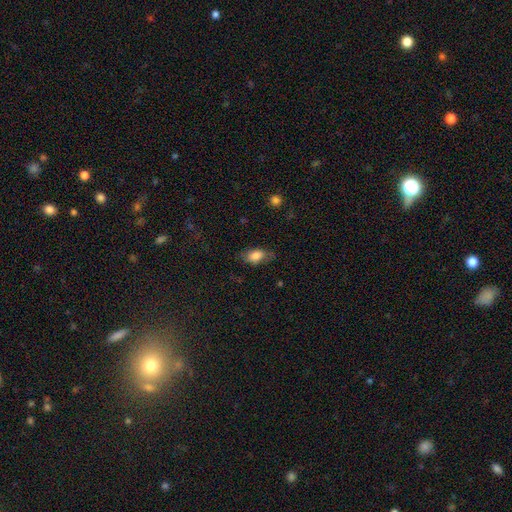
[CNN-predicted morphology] A smooth galaxy with no disk features (79%) that is in between round and cigar-shaped (87%). Merging: none (65%).